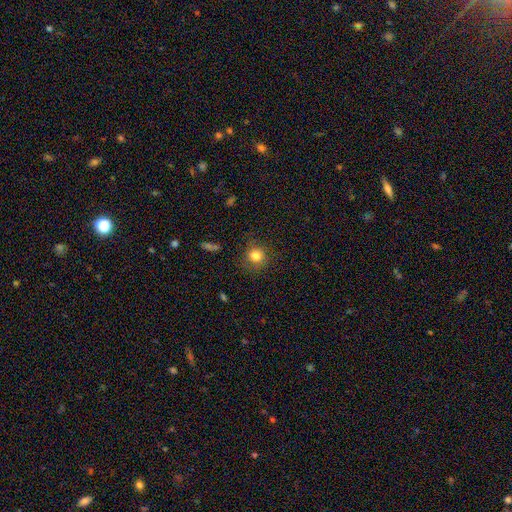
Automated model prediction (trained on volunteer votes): Smooth or featured?
  - smooth: 81% *
  - star or artifact: 12%
  - featured or disk: 7%
How rounded?
  - round: 87% *
  - in between: 12%
  - cigar-shaped: 1%
Merging?
  - none: 82% *
  - minor disturbance: 12%
  - major disturbance: 4%
  - merger: 1%